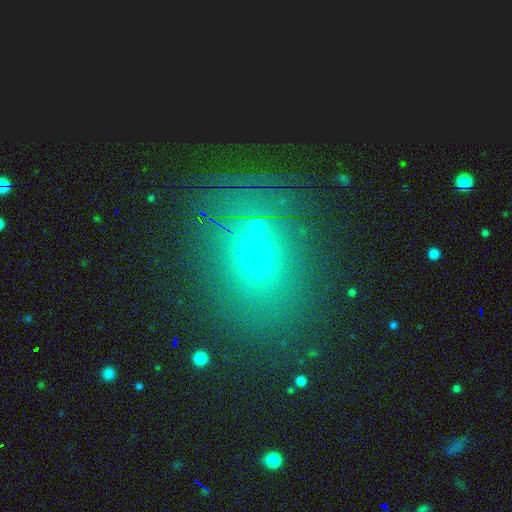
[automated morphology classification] This is possibly a smooth galaxy (51%). How rounded: possibly in between (50%). Merging: likely none (79%).